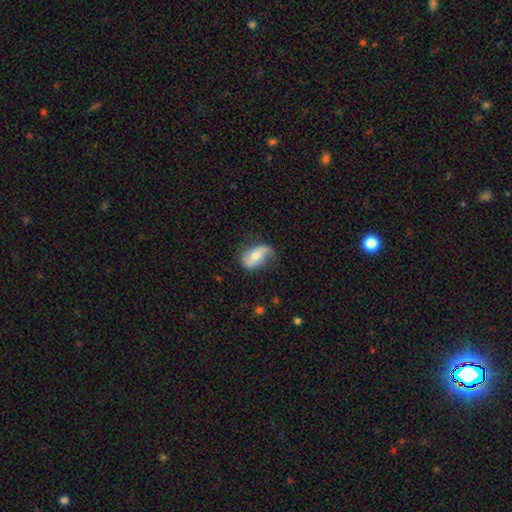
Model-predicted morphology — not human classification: The model was most divided on "bar": no: 50%, weak: 31%, strong: 19%. More confident: edge-on disk — no (93%); spiral arms — yes (83%); bulge size — moderate (64%); merging — none (60%); smooth or featured — featured or disk (56%).